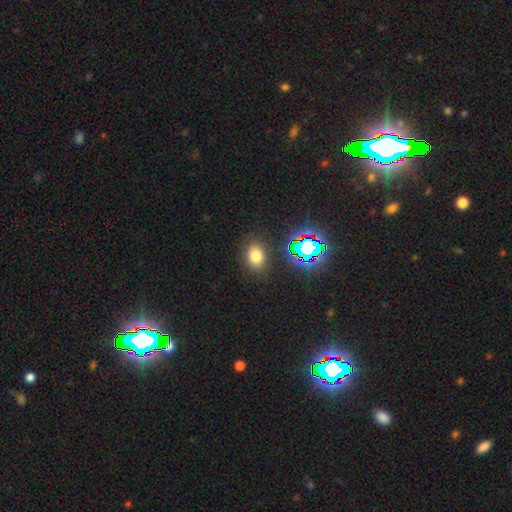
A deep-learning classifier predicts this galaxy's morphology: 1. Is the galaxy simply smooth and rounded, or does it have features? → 71% smooth, 21% star or artifact, 9% featured or disk.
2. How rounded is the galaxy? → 69% in between, 30% round, 1% cigar-shaped.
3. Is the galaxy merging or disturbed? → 86% none, 9% minor disturbance, 3% major disturbance, 2% merger.